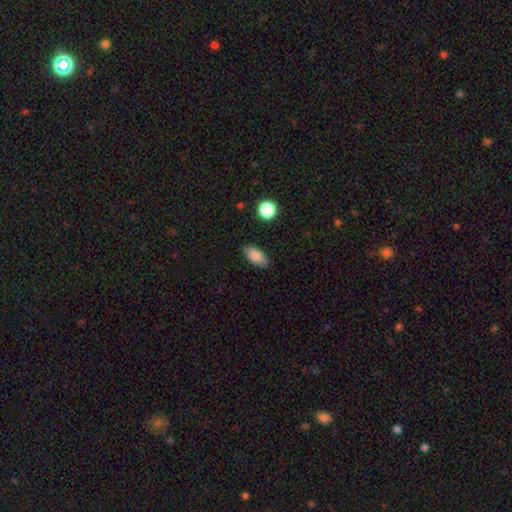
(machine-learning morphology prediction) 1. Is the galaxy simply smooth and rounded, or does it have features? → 86% smooth, 8% star or artifact, 7% featured or disk.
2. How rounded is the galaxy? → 89% in between, 8% cigar-shaped, 3% round.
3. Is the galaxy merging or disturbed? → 84% none, 12% minor disturbance, 3% major disturbance, 1% merger.